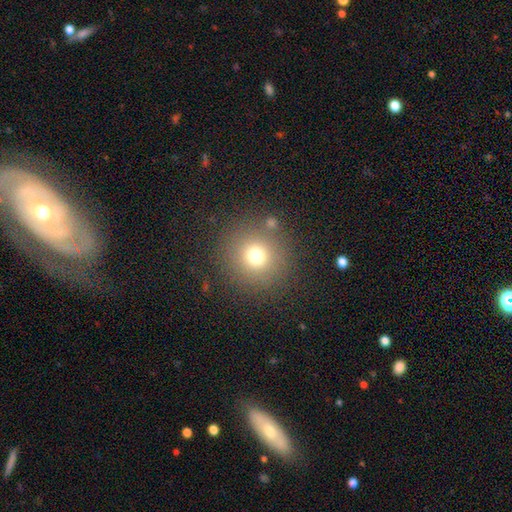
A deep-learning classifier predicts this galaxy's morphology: Smooth or featured?
  - smooth: 72% *
  - star or artifact: 18%
  - featured or disk: 10%
How rounded?
  - round: 94% *
  - in between: 5%
  - cigar-shaped: 1%
Merging?
  - none: 85% *
  - minor disturbance: 7%
  - major disturbance: 4%
  - merger: 4%